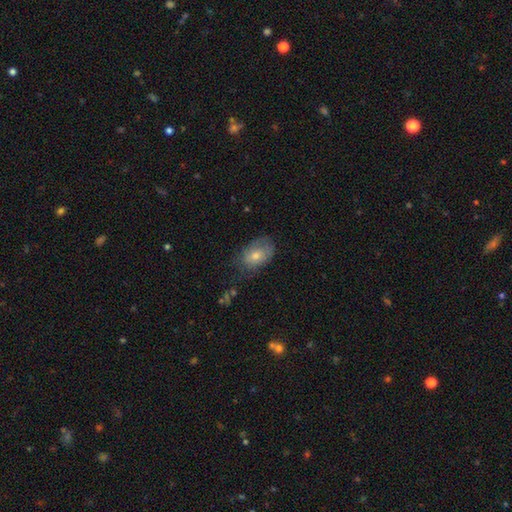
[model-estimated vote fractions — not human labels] The model was most divided on "smooth or featured": smooth: 60%, featured or disk: 29%, star or artifact: 11%. More confident: how rounded — in between (83%); merging — none (60%).